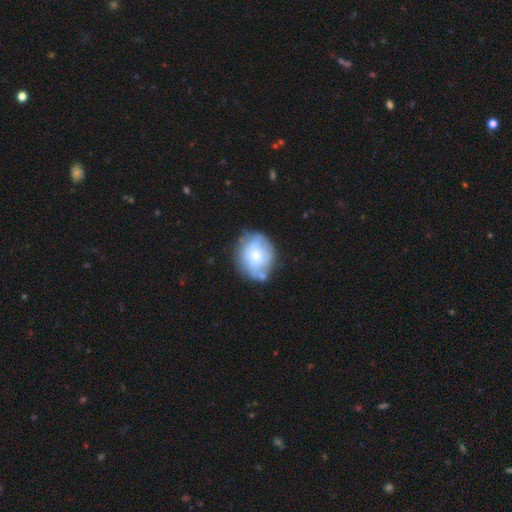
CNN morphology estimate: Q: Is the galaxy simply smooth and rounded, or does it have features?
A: smooth — 60%.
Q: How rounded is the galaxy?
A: round — 55%.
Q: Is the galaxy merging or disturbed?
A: none — 53%.